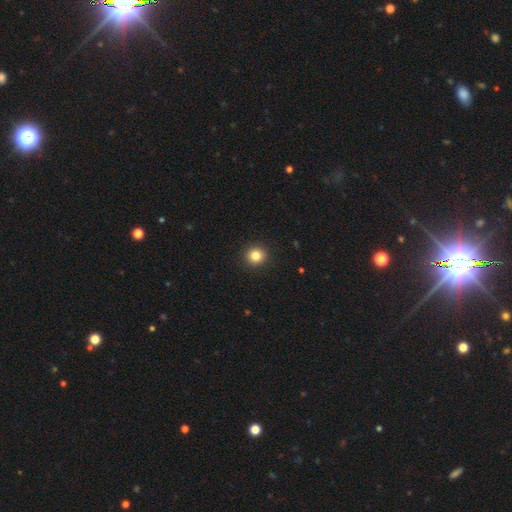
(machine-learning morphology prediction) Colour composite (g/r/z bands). It shows a smooth galaxy with no disk features (84%) that is round (93%). Merging: none (93%).